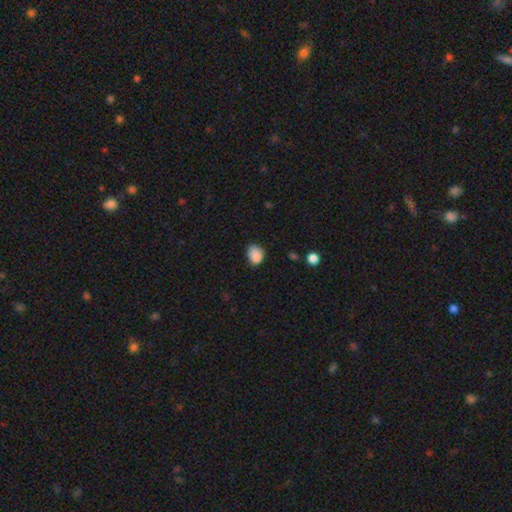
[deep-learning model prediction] This is clearly a smooth galaxy (86%). How rounded: possibly in between (59%). Merging: likely none (63%).